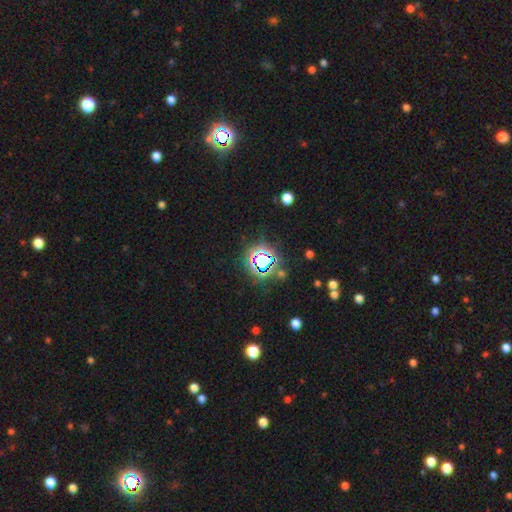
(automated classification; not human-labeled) A star or artifact, not a galaxy (72%).